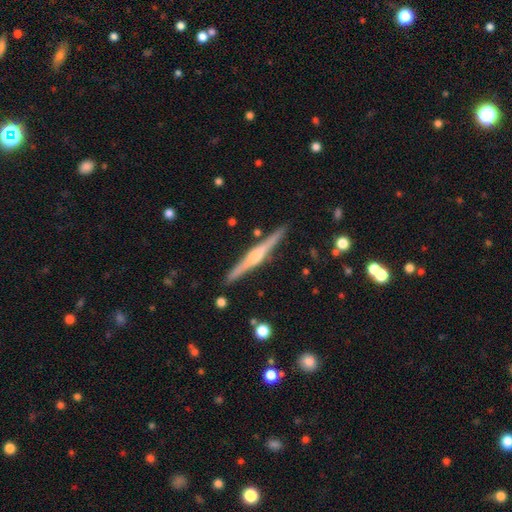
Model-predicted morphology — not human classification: type=featured or disk (75%); edge-on=yes (98%); edge-on bulge=rounded (66%); merging=none (89%).